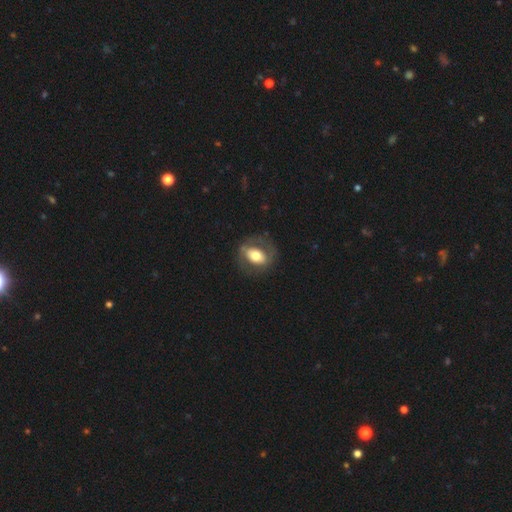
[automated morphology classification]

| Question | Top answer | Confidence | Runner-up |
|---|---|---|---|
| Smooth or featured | featured or disk | 47% | smooth (46%) |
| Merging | none | 71% | minor disturbance (16%) |